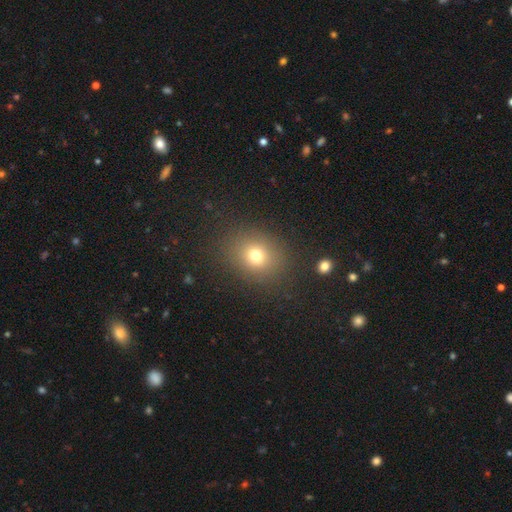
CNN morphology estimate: Smooth or featured?
  - smooth: 73% *
  - star or artifact: 17%
  - featured or disk: 10%
How rounded?
  - round: 64% *
  - in between: 35%
  - cigar-shaped: 1%
Merging?
  - none: 85% *
  - minor disturbance: 9%
  - major disturbance: 4%
  - merger: 2%